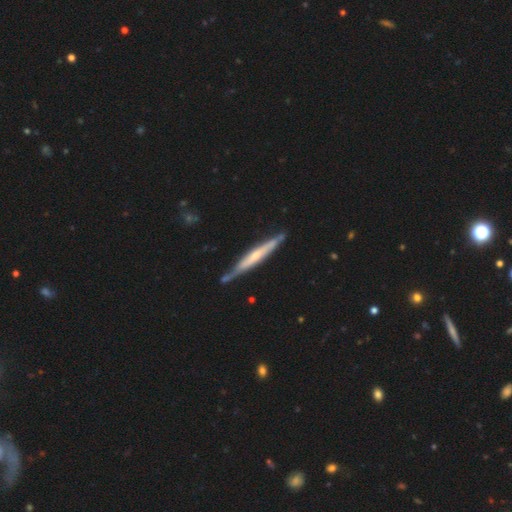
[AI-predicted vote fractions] This appears to be a featured or disk galaxy (67%) viewed edge-on (94%) with no central bulge (45%). Merging: none (78%).